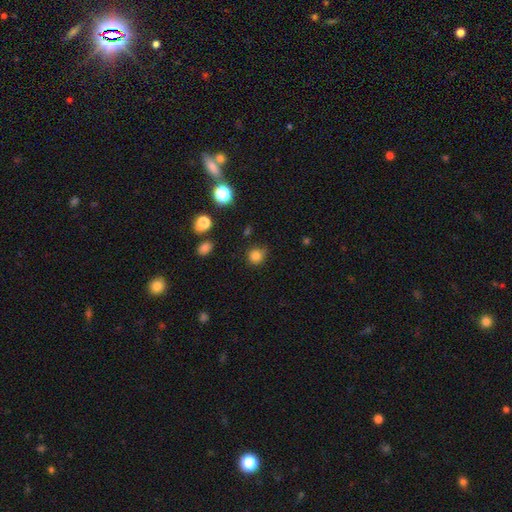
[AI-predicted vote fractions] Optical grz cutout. It shows a smooth galaxy with no disk features (83%) that is round (86%). Merging: none (74%).